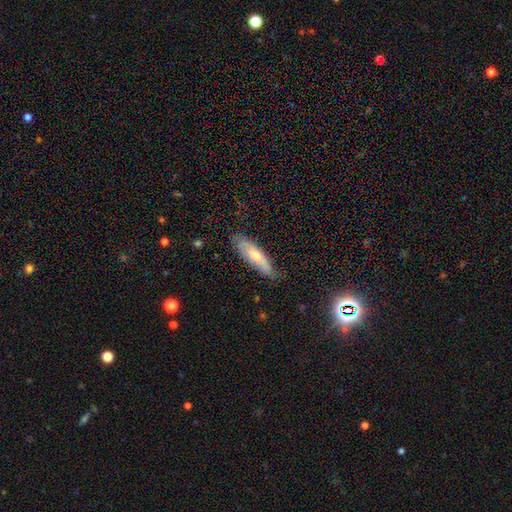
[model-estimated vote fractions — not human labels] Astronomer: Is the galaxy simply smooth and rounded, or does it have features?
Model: smooth — 60%.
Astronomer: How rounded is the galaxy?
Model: cigar-shaped — 64%.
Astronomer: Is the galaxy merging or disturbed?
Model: none — 77%.